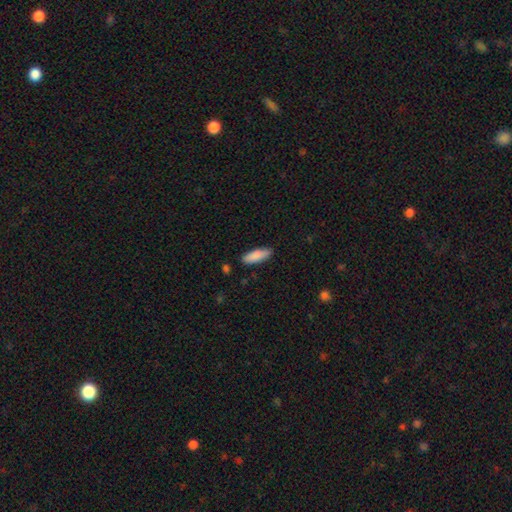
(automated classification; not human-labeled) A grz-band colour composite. It shows a smooth galaxy with no disk features (87%) that is in between round and cigar-shaped (54%). Merging: none (86%).